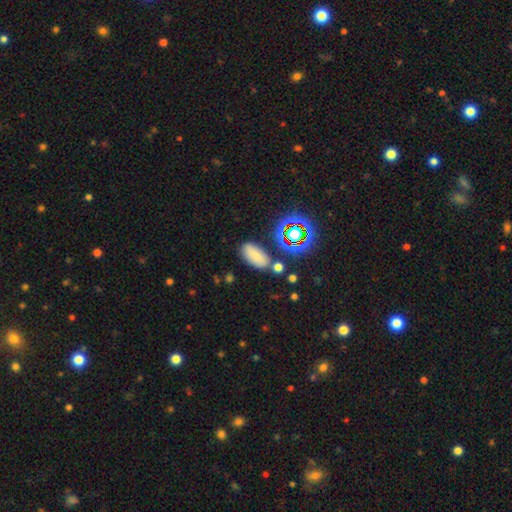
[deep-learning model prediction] Morphology: type=smooth (66%); roundness=in between (89%); merging=none (75%).